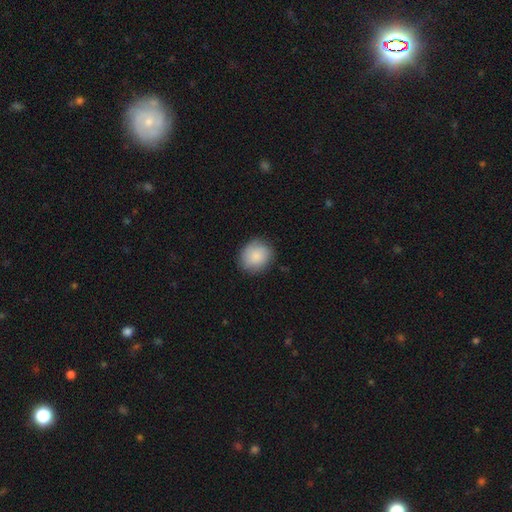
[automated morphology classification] This appears to be a smooth galaxy with no disk features (84%) that is round (75%). Merging: none (82%).